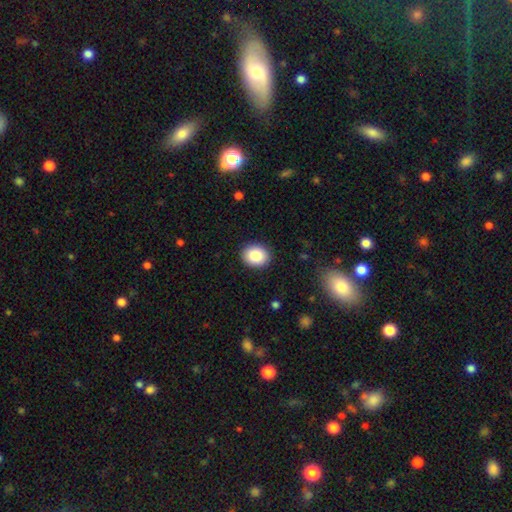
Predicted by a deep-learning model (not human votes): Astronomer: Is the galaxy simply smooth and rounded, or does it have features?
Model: smooth — 88%.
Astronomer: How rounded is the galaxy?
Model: round — 56% (runner-up: in between, 43%).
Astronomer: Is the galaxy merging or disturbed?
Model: none — 90%.